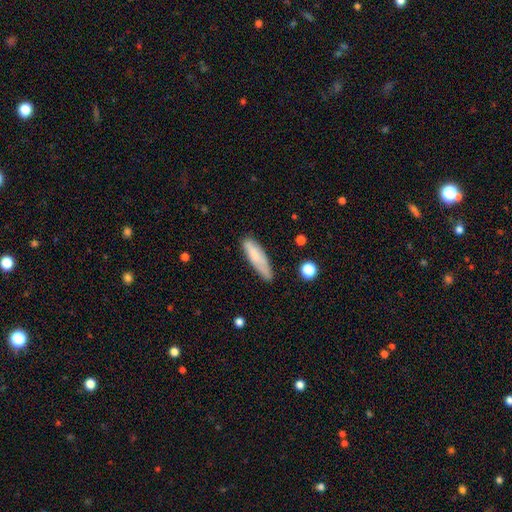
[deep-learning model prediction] The model was most divided on "how rounded": cigar-shaped: 68%, in between: 30%, round: 2%. More confident: smooth or featured — smooth (76%); merging — none (68%).